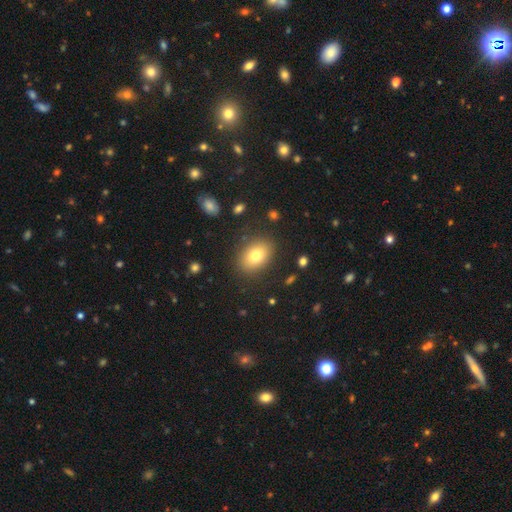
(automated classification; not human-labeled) A smooth galaxy with no disk features (77%) that is in between round and cigar-shaped (73%). Merging: none (85%).